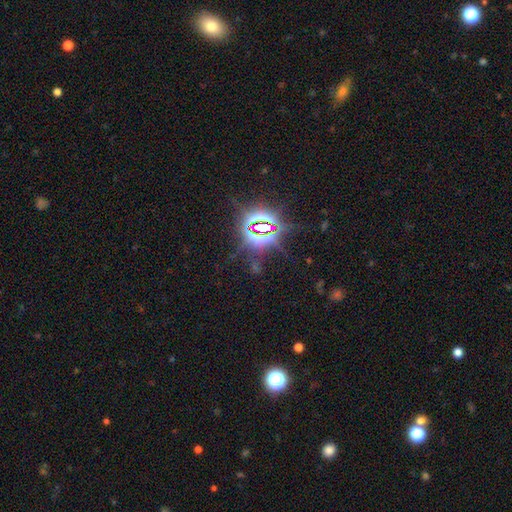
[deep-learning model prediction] Smooth or featured? star or artifact (83%)